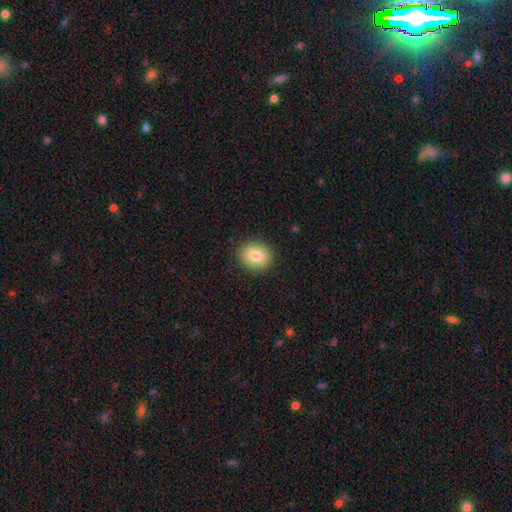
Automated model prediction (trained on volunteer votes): Smooth or featured? Predicted: smooth (p=0.82). How rounded? Predicted: round (p=0.62). Merging? Predicted: none (p=0.89).